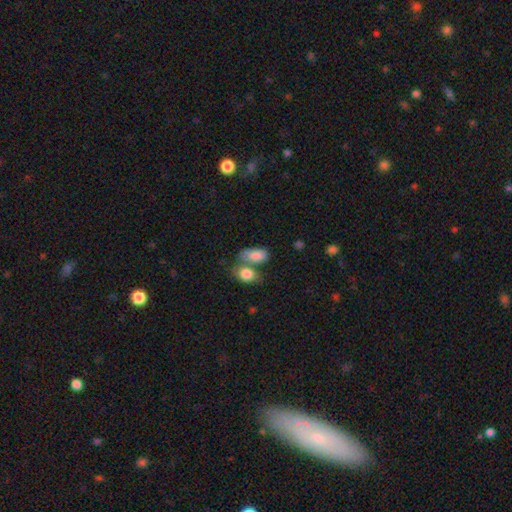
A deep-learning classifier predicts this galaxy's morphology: smooth_or_featured: smooth (p=0.82) [alt: featured or disk p=0.11]
how_rounded: in between (p=0.90) [alt: round p=0.08]
merging: merger (p=0.49) [alt: none p=0.31]